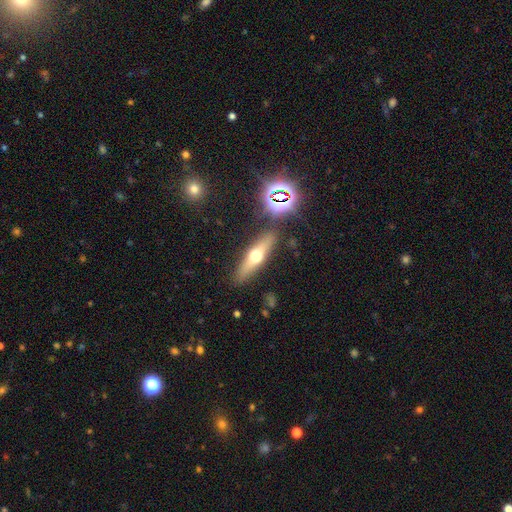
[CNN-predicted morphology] Q: Smooth or featured?
A: featured or disk (49%); runner-up: smooth (41%)
Q: Merging?
A: none (86%); runner-up: minor disturbance (8%)